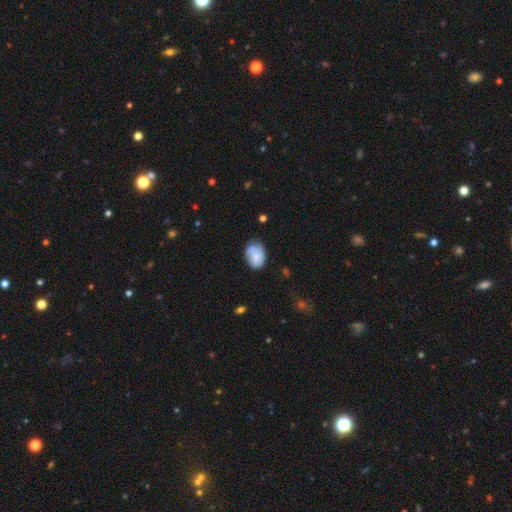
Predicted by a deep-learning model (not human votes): The model was most divided on "merging": none: 57%, minor disturbance: 31%, major disturbance: 8%, merger: 4%. More confident: how rounded — in between (76%); smooth or featured — smooth (68%).